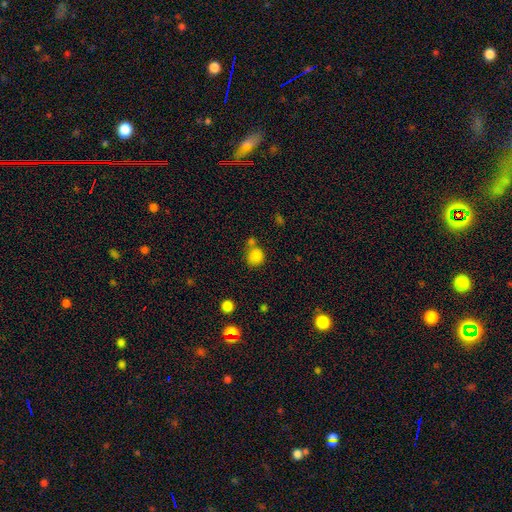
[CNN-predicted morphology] type=smooth (83%); roundness=round (80%); merging=none (58%).